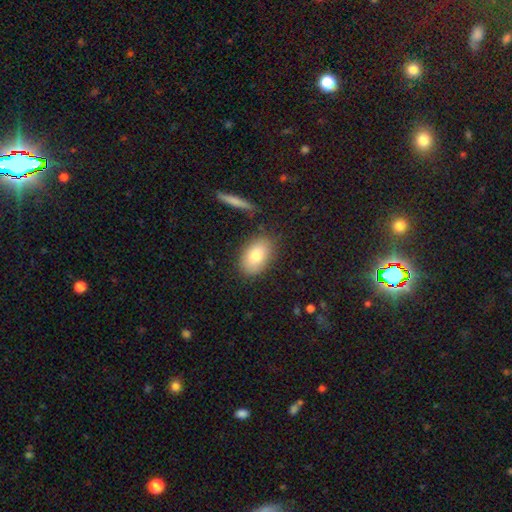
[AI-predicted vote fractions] Overall: smooth (79%). How rounded: in between (87%). Merging: none (81%).